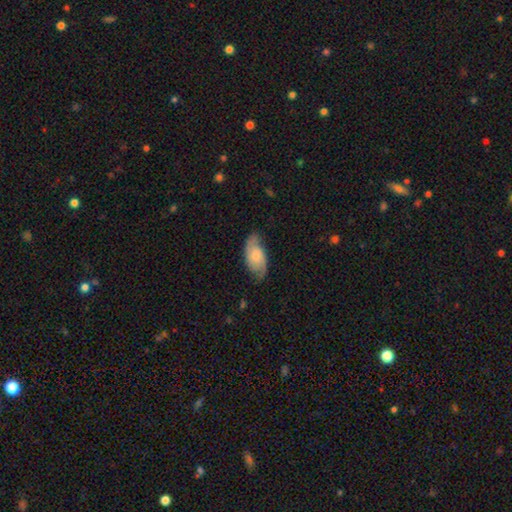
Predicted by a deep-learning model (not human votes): This is possibly a featured or disk galaxy (60%). It is clearly not viewed edge-on (94%). Bar: likely no (68%). Spiral arm pattern: clearly yes (91%). Spiral arm count: clearly 2 (84%). Spiral winding: marginally medium (44%). Central bulge: possibly small (47%). Merging: likely none (70%).